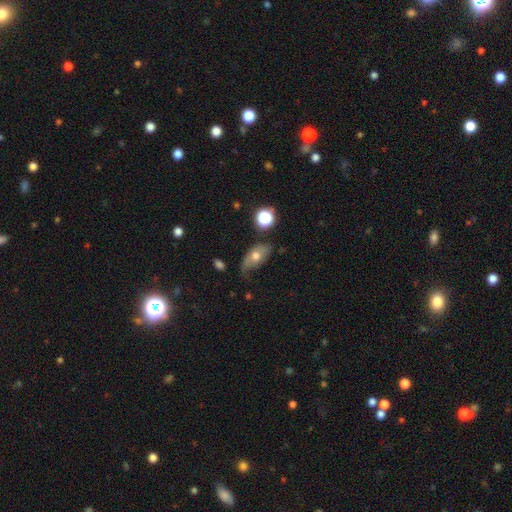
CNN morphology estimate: Smooth or featured: smooth — 60% (featured or disk — 30%)
How rounded: in between — 85% (round — 11%)
Merging: none — 44% (minor disturbance — 37%)